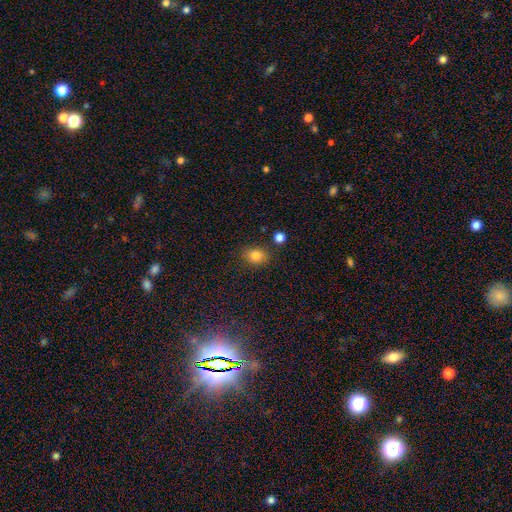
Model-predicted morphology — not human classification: This appears to be a smooth galaxy with no disk features (81%) that is in between round and cigar-shaped (56%). Merging: none (80%).